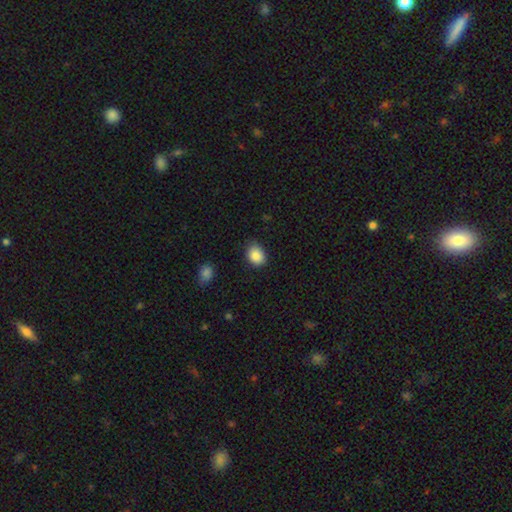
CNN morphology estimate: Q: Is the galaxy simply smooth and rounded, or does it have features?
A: smooth — 87%.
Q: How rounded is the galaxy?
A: in between — 61%.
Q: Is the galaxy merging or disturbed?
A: none — 77%.